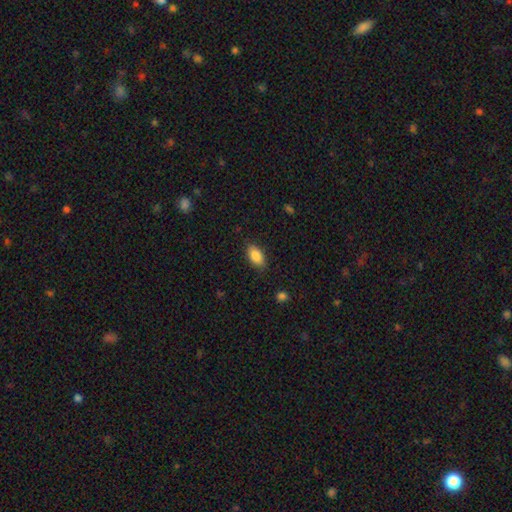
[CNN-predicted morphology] This appears to be a smooth galaxy with no disk features (86%) that is in between round and cigar-shaped (91%). Merging: none (84%).